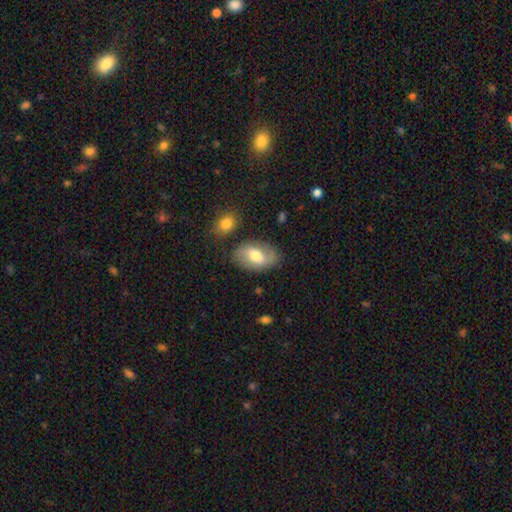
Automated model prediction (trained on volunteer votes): Smooth or featured? Predicted: smooth (p=0.55). How rounded? Predicted: in between (p=0.90). Merging? Predicted: none (p=0.73).